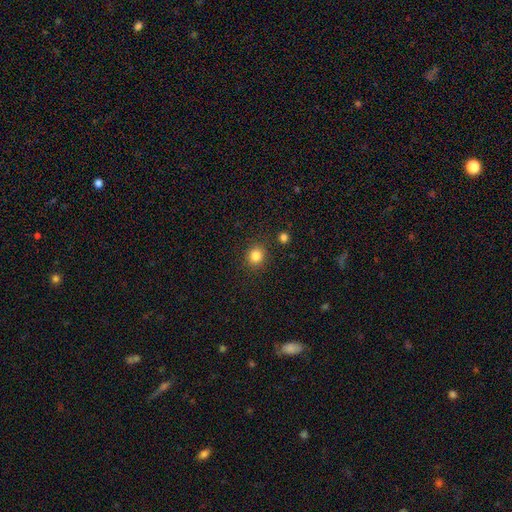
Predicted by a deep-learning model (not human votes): A smooth galaxy with no disk features (84%) that is round (84%). Merging: none (86%).